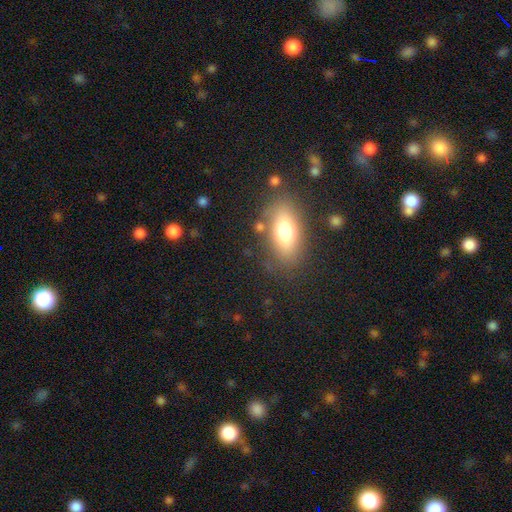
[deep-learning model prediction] The model was most divided on "smooth or featured": smooth: 66%, featured or disk: 17%, star or artifact: 17%. More confident: how rounded — in between (85%); merging — none (84%).